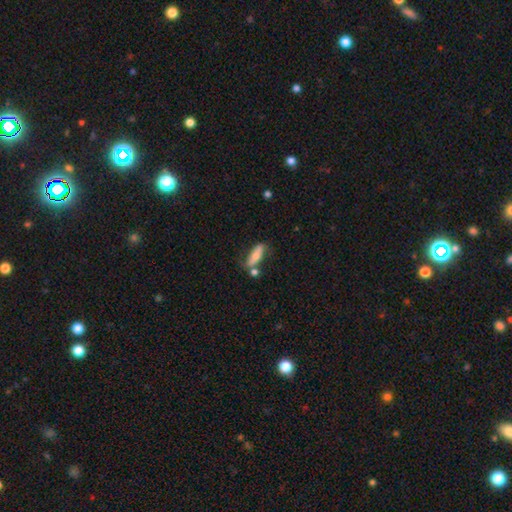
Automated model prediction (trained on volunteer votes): This appears to be a smooth galaxy with no disk features (67%) that is in between round and cigar-shaped (52%). Merging: none (52%).